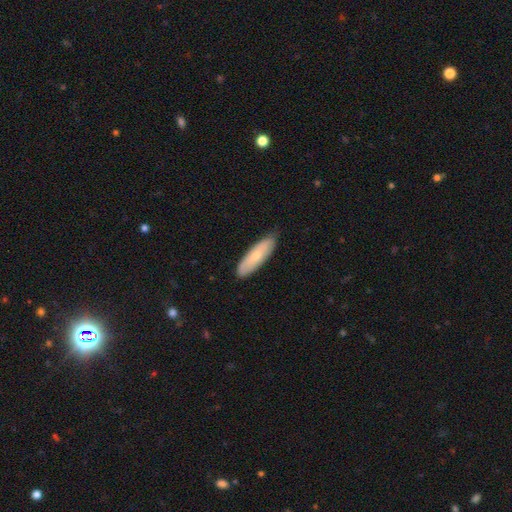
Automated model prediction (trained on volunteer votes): A smooth galaxy with no disk features (70%) that is cigar-shaped (55%).

Vote fractions:
- Smooth or featured? smooth: 70% / featured or disk: 25% / star or artifact: 5%
- How rounded? cigar-shaped: 55% / in between: 44% / round: 2%
- Merging? none: 83% / minor disturbance: 14% / major disturbance: 2% / merger: 1%